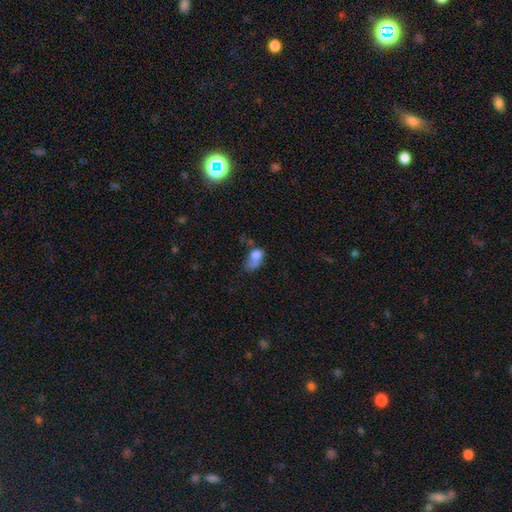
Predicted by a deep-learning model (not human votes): Smooth or featured? Predicted: smooth (p=0.71). How rounded? Predicted: in between (p=0.77). Merging? Predicted: major disturbance (p=0.35).